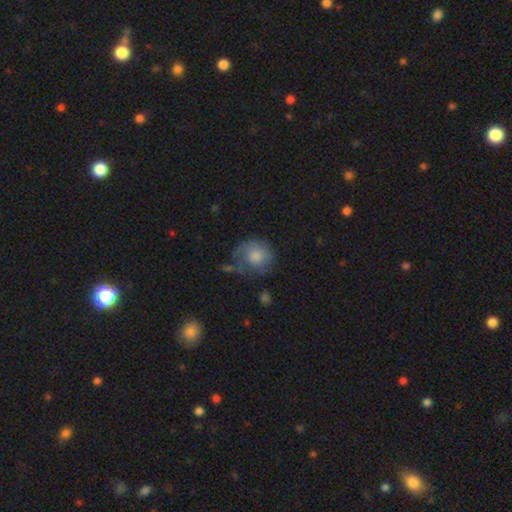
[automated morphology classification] smooth-or-featured: smooth: 68% | featured or disk: 24% | star or artifact: 8%
  how-rounded: round: 79% | in between: 20% | cigar-shaped: 1%
  merging: none: 43% | minor disturbance: 26% | major disturbance: 26% | merger: 5%